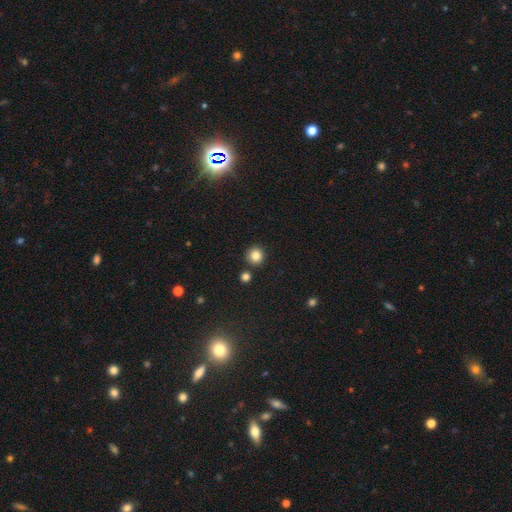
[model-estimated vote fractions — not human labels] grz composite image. It shows a smooth galaxy with no disk features (84%) that is round (93%). Merging: none (86%).